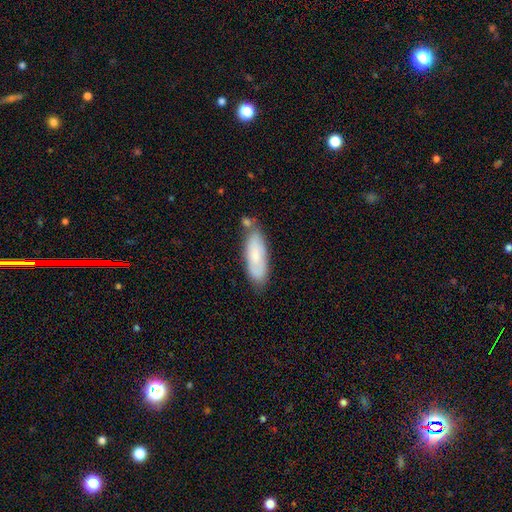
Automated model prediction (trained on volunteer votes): The model was most divided on "how rounded": in between: 58%, cigar-shaped: 41%, round: 2%. More confident: smooth or featured — smooth (71%); merging — none (62%).